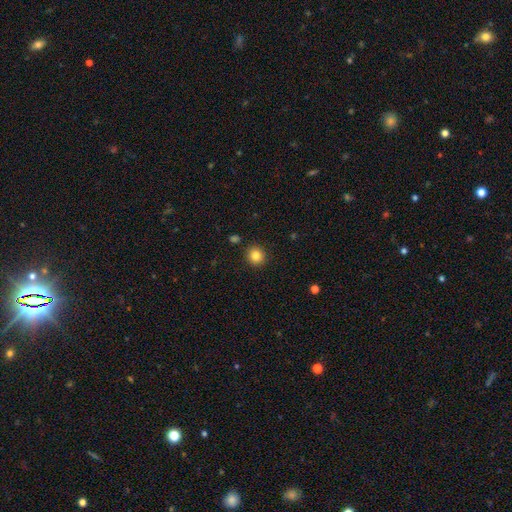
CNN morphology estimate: Smooth or featured: smooth — 83% (star or artifact — 11%)
How rounded: round — 92% (in between — 7%)
Merging: none — 91% (minor disturbance — 5%)